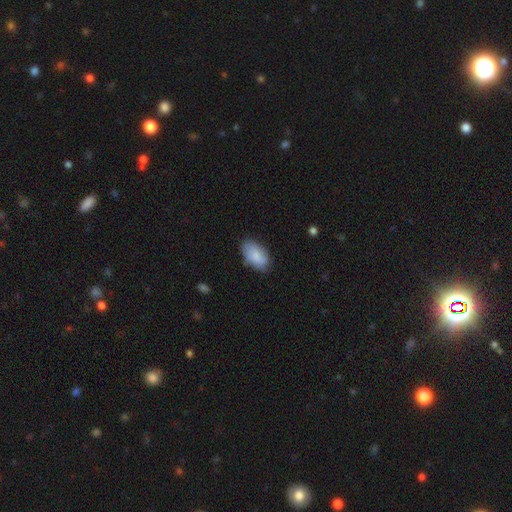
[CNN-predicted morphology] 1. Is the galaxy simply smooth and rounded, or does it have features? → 83% smooth, 11% featured or disk, 6% star or artifact.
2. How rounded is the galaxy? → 94% in between, 4% round, 2% cigar-shaped.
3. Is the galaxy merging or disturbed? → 73% none, 22% minor disturbance, 4% major disturbance, 1% merger.